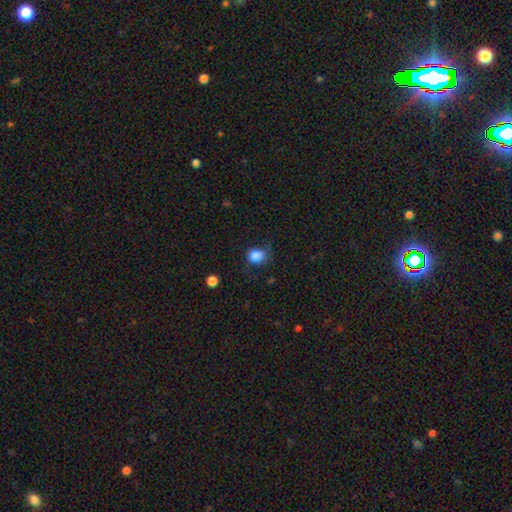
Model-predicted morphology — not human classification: smooth_or_featured: smooth (p=0.84) [alt: star or artifact p=0.10]
how_rounded: round (p=0.51) [alt: in between p=0.48]
merging: none (p=0.62) [alt: minor disturbance p=0.26]